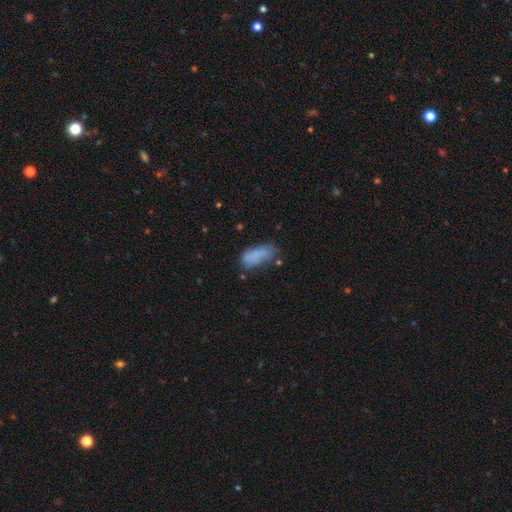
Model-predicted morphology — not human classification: smooth_or_featured: smooth (p=0.78) [alt: featured or disk p=0.12]
how_rounded: in between (p=0.79) [alt: cigar-shaped p=0.19]
merging: none (p=0.46) [alt: minor disturbance p=0.32]